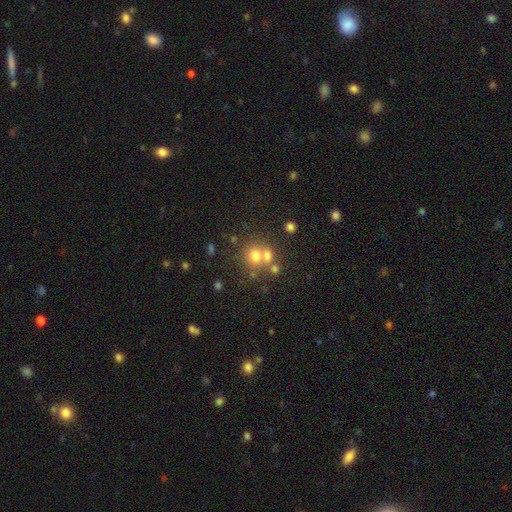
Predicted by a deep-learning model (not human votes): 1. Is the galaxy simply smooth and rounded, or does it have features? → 66% smooth, 17% star or artifact, 17% featured or disk.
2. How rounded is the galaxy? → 75% round, 24% in between, 1% cigar-shaped.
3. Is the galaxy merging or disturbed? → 44% none, 40% merger, 10% minor disturbance, 6% major disturbance.